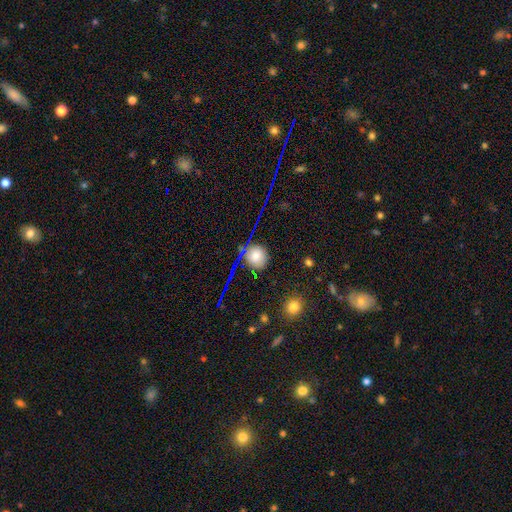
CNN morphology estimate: Smooth or featured?
  - smooth: 74% *
  - star or artifact: 16%
  - featured or disk: 10%
How rounded?
  - round: 80% *
  - in between: 18%
  - cigar-shaped: 2%
Merging?
  - none: 71% *
  - minor disturbance: 17%
  - merger: 7%
  - major disturbance: 6%